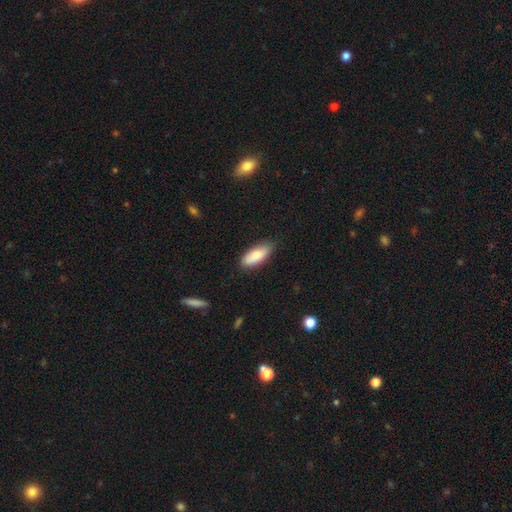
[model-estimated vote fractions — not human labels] smooth_or_featured: smooth (p=0.84) [alt: featured or disk p=0.11]
how_rounded: in between (p=0.76) [alt: cigar-shaped p=0.22]
merging: none (p=0.81) [alt: minor disturbance p=0.15]